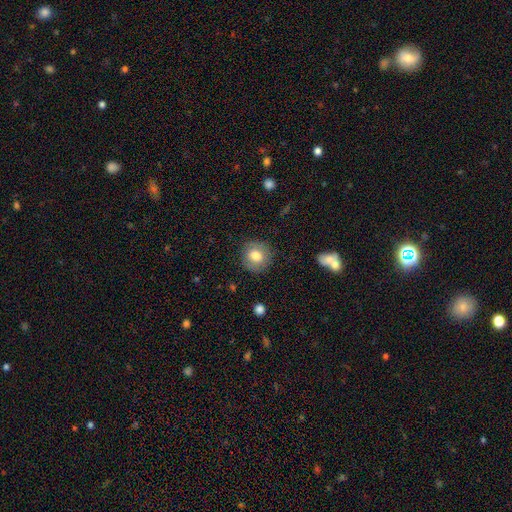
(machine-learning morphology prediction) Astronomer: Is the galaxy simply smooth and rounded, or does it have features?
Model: smooth — 75%.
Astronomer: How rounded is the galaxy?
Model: round — 85%.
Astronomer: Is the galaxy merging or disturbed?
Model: none — 83%.